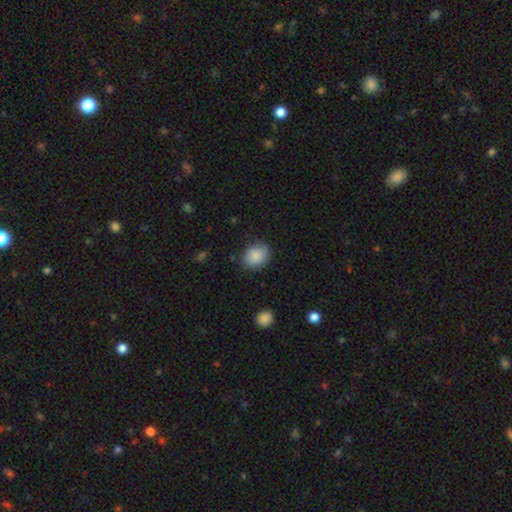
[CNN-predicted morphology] The model was most divided on "how rounded": in between: 53%, round: 46%, cigar-shaped: 1%. More confident: smooth or featured — smooth (87%); merging — none (80%).